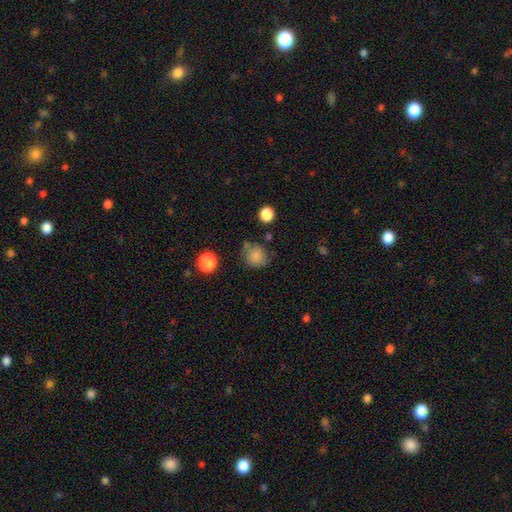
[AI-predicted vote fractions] Morphology: type=smooth (82%); roundness=round (81%); merging=none (66%).